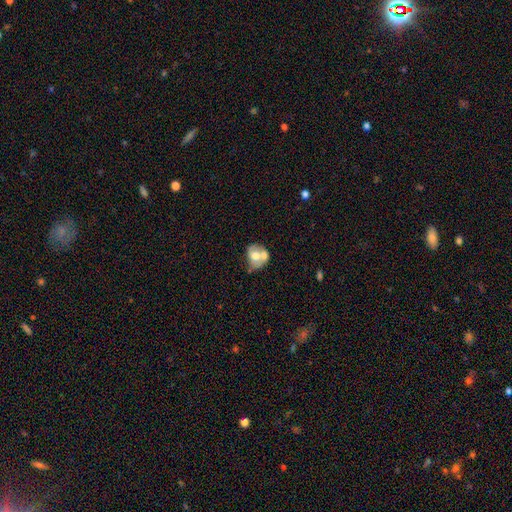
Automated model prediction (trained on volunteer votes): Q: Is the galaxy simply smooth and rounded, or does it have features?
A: smooth — 51%.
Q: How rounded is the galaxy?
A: round — 52%.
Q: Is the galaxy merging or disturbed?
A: merger — 48%.